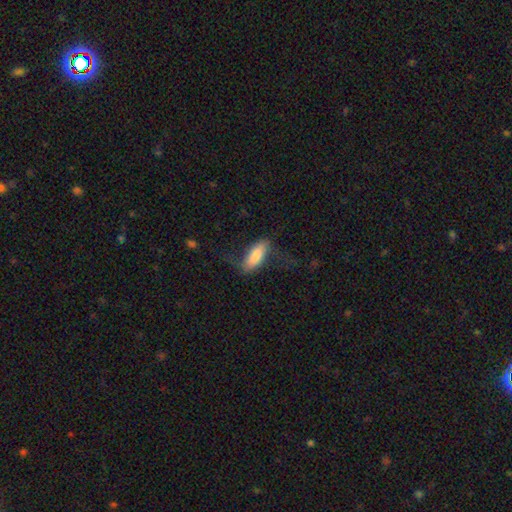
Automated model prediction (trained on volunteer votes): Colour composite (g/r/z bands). It shows a smooth galaxy with no disk features (72%) that is in between round and cigar-shaped (72%). Merging: none (52%).